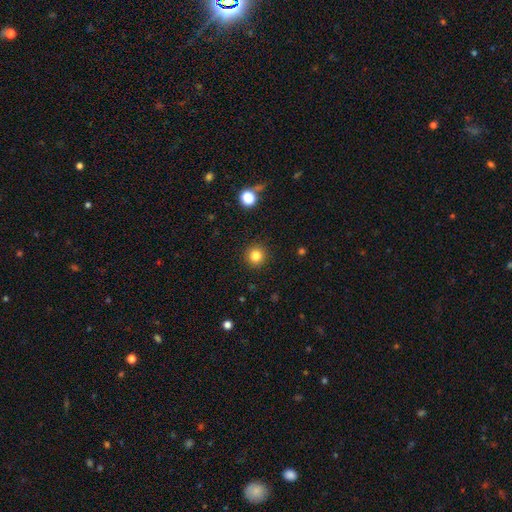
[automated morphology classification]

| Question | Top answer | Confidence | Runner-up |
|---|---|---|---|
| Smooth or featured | smooth | 83% | star or artifact (12%) |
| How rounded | round | 94% | in between (5%) |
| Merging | none | 92% | minor disturbance (5%) |